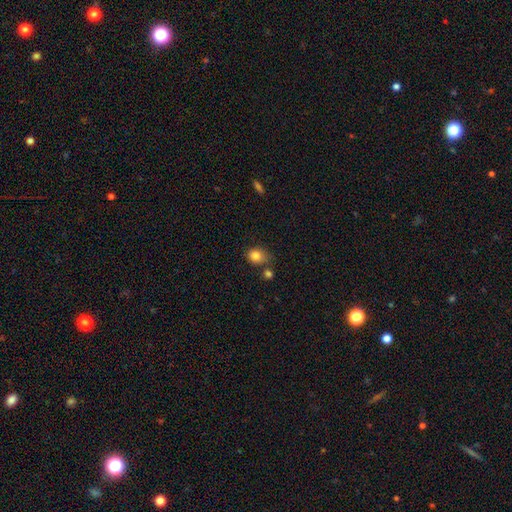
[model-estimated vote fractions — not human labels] Smooth or featured? Predicted: smooth (p=0.84). How rounded? Predicted: round (p=0.59). Merging? Predicted: none (p=0.61).